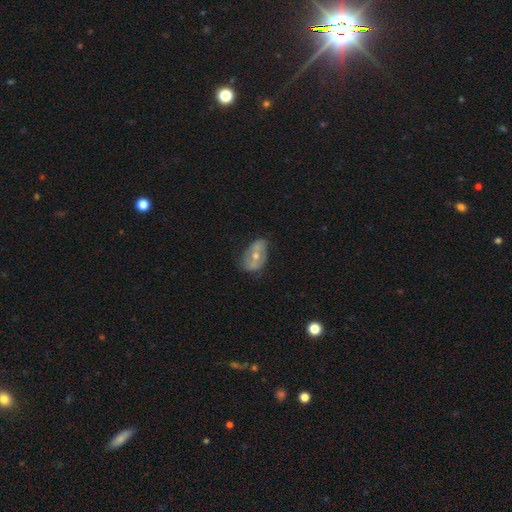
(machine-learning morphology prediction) A featured or disk galaxy (56%) with no bar (57%), no spiral arms (51%) and a moderate central bulge (62%). Merging: none (58%).